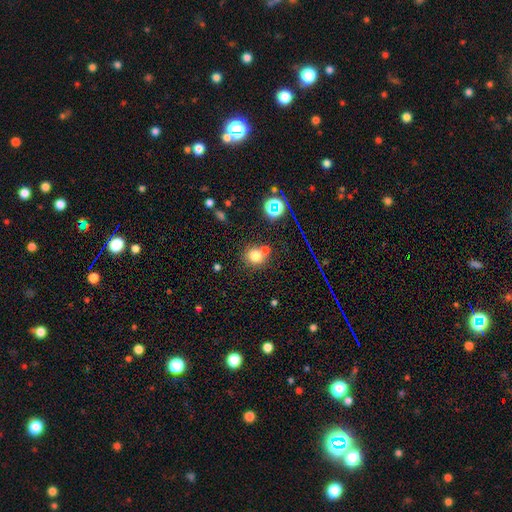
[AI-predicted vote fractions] smooth 76%, star or artifact 16%, featured or disk 9%. Down the decision tree: how rounded — round (86%); merging — none (65%).